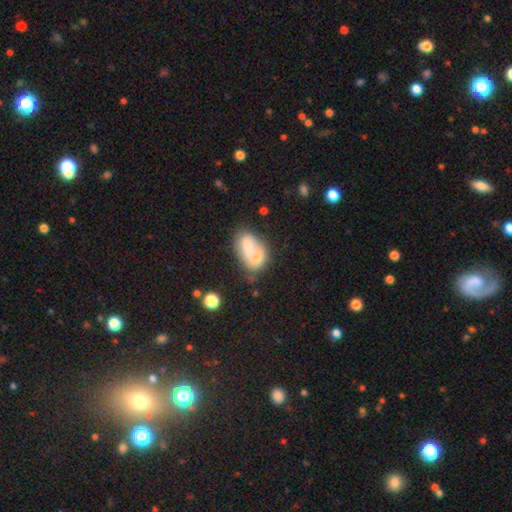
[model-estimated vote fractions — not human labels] smooth-or-featured: smooth: 60% | featured or disk: 30% | star or artifact: 9%
  how-rounded: in between: 76% | round: 22% | cigar-shaped: 2%
  merging: merger: 66% | none: 20% | minor disturbance: 9% | major disturbance: 6%